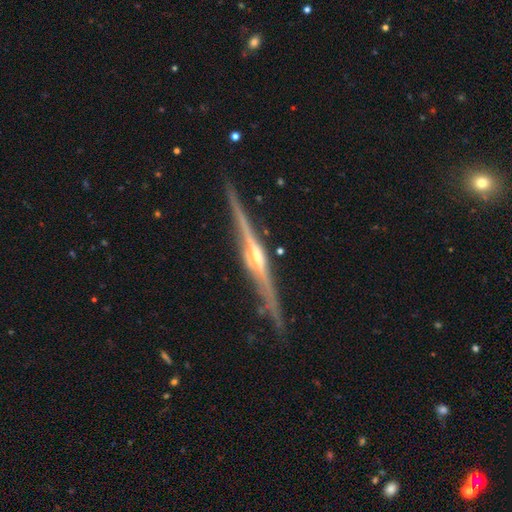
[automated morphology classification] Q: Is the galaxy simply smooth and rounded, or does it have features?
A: featured or disk — 88%.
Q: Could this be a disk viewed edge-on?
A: yes — 98%.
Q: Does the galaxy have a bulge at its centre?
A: rounded — 83%.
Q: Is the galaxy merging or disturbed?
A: none — 87%.